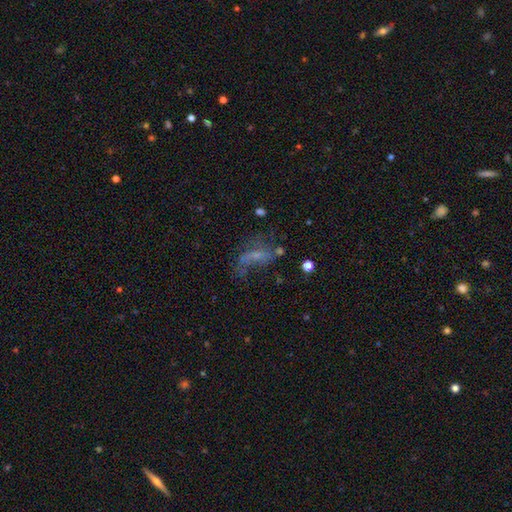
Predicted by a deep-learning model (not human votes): This appears to be a featured or disk galaxy (49%). Merging: major disturbance (39%).